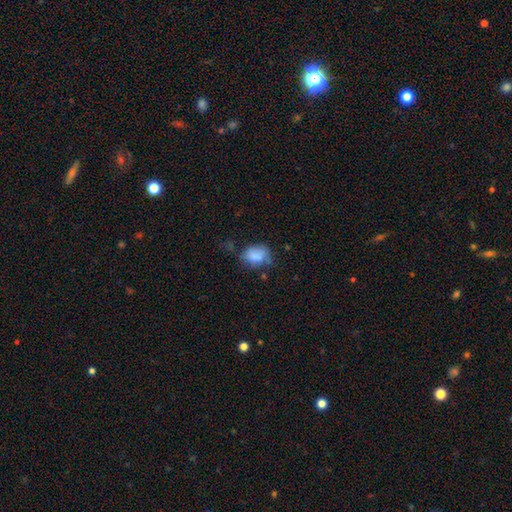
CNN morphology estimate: The model was most divided on "merging": none: 43%, minor disturbance: 33%, major disturbance: 16%, merger: 8%. More confident: smooth or featured — smooth (76%); how rounded — in between (70%).